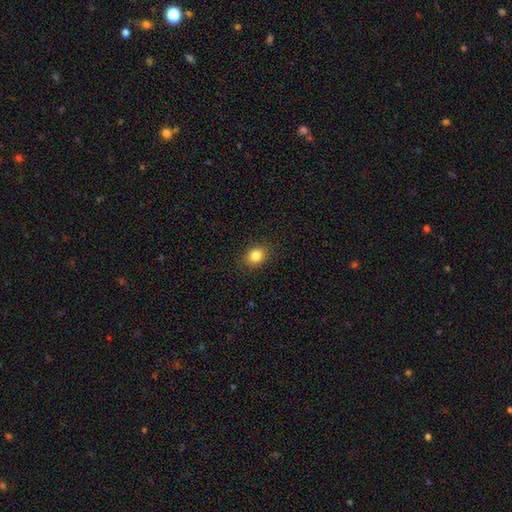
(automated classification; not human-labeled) This appears to be a smooth galaxy with no disk features (84%) that is round (54%). Merging: none (89%).